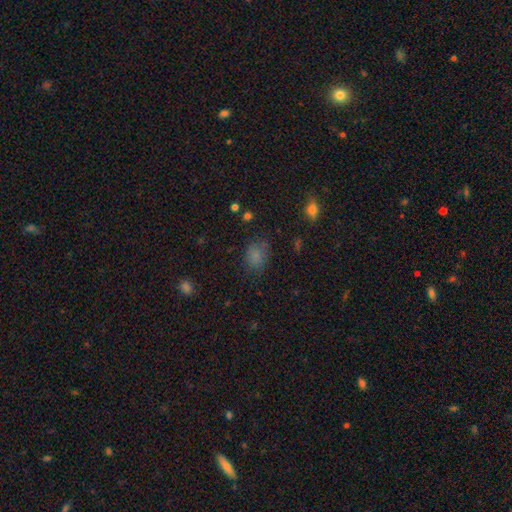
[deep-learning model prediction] Morphology: type=smooth (77%); roundness=in between (62%); merging=none (69%).